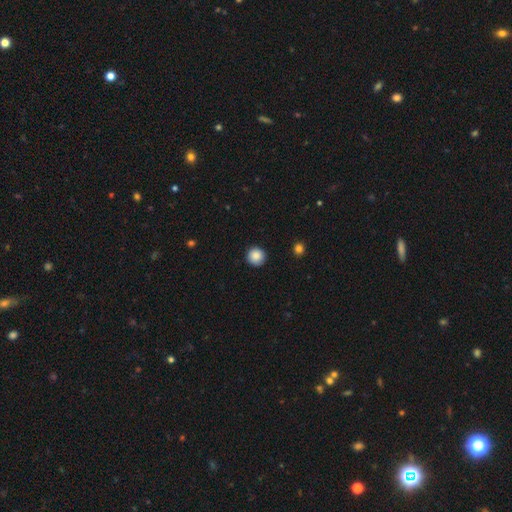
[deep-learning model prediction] Smooth or featured? smooth (87%)
How rounded? round (94%)
Merging? none (91%)